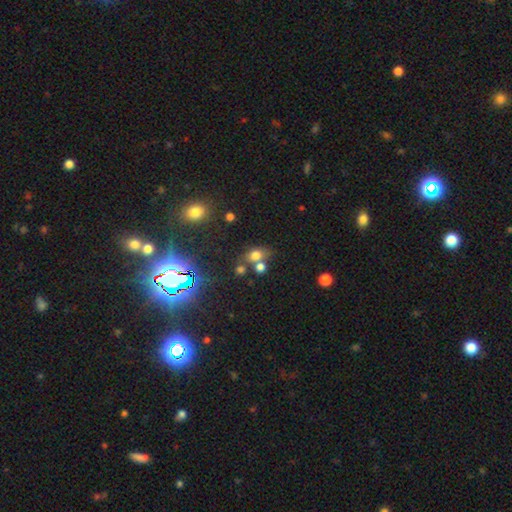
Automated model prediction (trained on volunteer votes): Smooth or featured: smooth — 67% (star or artifact — 22%)
How rounded: in between — 58% (round — 40%)
Merging: none — 51% (merger — 33%)